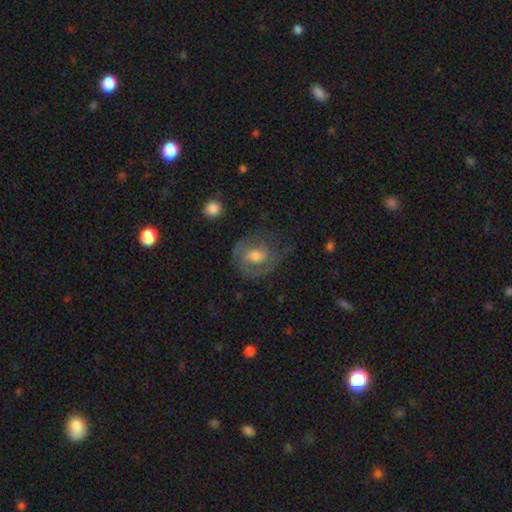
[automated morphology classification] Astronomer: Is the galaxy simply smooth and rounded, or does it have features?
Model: featured or disk — 69%.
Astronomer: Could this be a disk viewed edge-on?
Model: no — 97%.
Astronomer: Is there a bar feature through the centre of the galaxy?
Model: no — 46% (runner-up: weak, 43%).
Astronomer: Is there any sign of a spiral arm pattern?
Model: yes — 84%.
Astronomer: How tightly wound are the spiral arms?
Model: tight — 47% (runner-up: medium, 40%).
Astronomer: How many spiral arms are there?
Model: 2 — 56%.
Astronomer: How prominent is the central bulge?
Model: moderate — 64%.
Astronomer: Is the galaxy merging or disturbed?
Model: none — 65%.